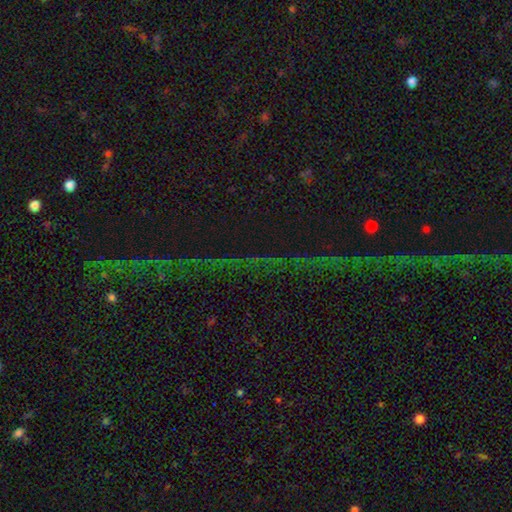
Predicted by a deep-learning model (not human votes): Morphology: type=star or artifact (76%).